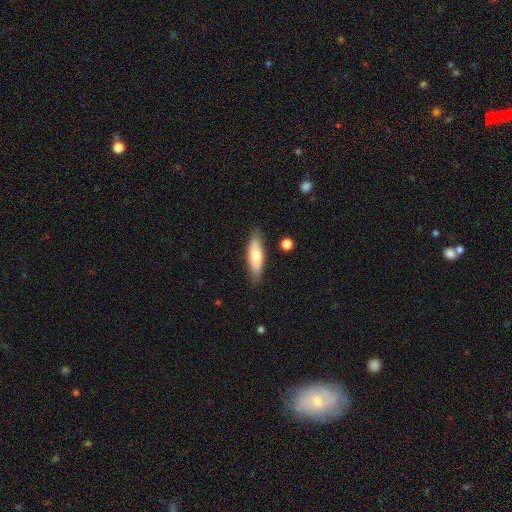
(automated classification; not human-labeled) Smooth or featured?
  - smooth: 72% *
  - featured or disk: 22%
  - star or artifact: 6%
How rounded?
  - in between: 53% *
  - cigar-shaped: 45%
  - round: 2%
Merging?
  - none: 81% *
  - minor disturbance: 14%
  - major disturbance: 3%
  - merger: 2%